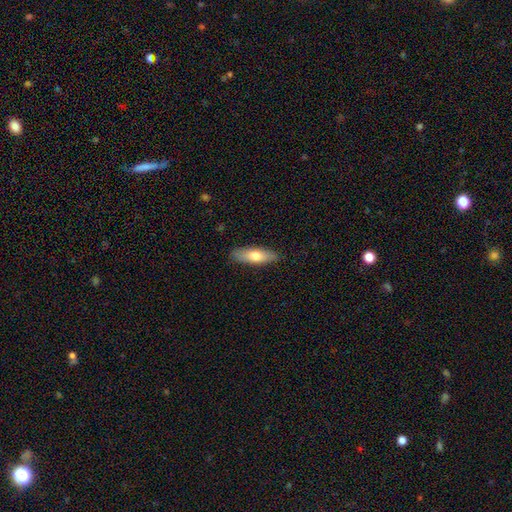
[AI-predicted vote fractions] Smooth or featured? Predicted: smooth (p=0.68). How rounded? Predicted: in between (p=0.49, tied with cigar-shaped). Merging? Predicted: none (p=0.87).